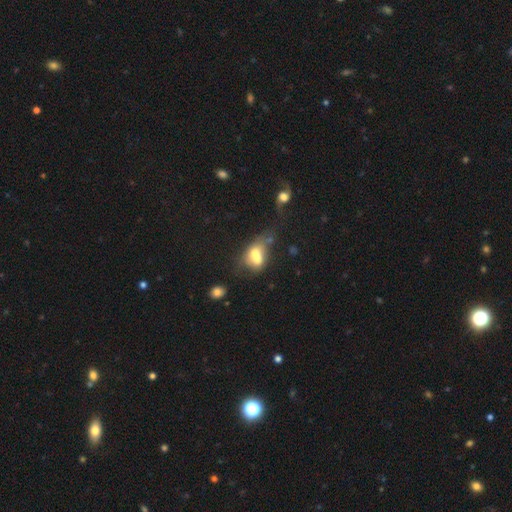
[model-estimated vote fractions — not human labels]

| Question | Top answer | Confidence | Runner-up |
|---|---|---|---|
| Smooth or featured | smooth | 61% | featured or disk (27%) |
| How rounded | in between | 79% | round (17%) |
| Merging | merger | 33% | major disturbance (24%) |